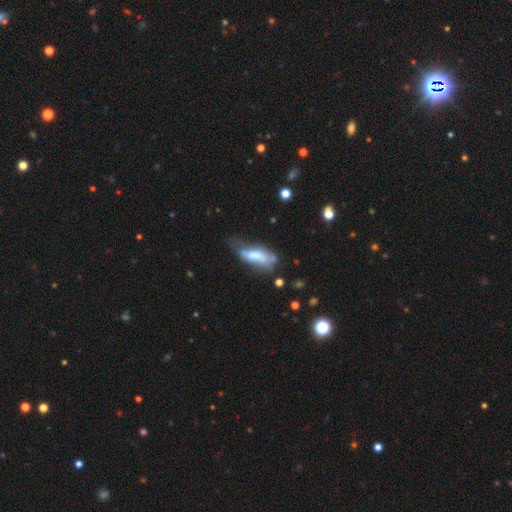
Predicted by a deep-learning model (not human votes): Morphology: type=smooth (57%); roundness=in between (64%); merging=minor disturbance (32%).